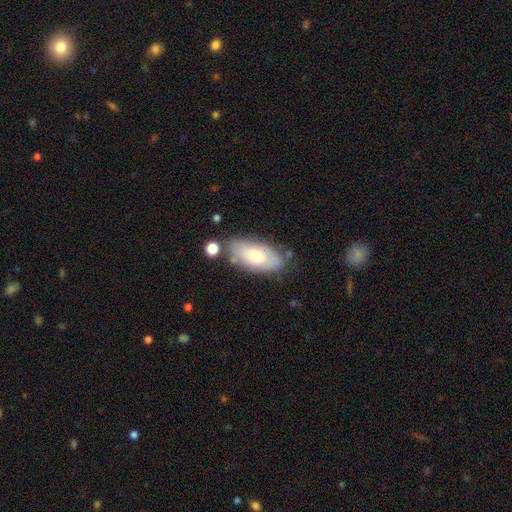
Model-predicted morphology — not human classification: smooth_or_featured: smooth (p=0.65) [alt: featured or disk p=0.29]
how_rounded: in between (p=0.90) [alt: cigar-shaped p=0.08]
merging: none (p=0.71) [alt: minor disturbance p=0.17]